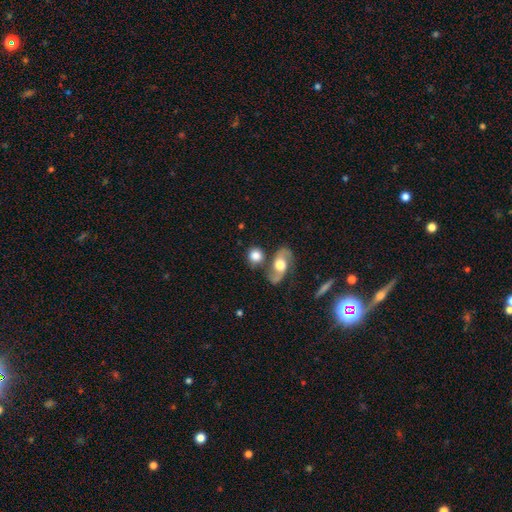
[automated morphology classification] smooth_or_featured: smooth (p=0.66) [alt: featured or disk p=0.26]
how_rounded: round (p=0.73) [alt: in between p=0.24]
merging: none (p=0.65) [alt: merger p=0.18]